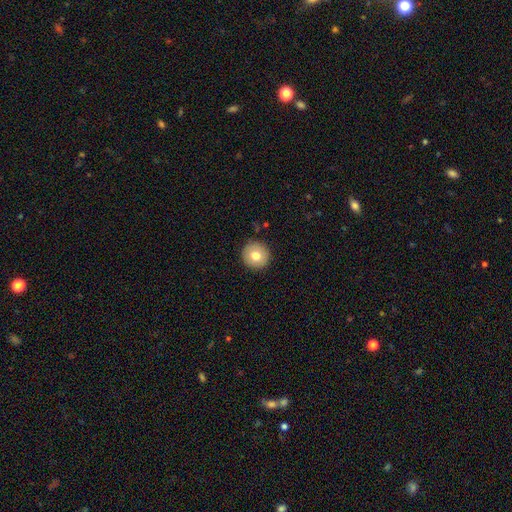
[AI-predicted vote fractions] The model was most divided on "smooth or featured": smooth: 75%, featured or disk: 16%, star or artifact: 9%. More confident: how rounded — round (95%); merging — none (91%).